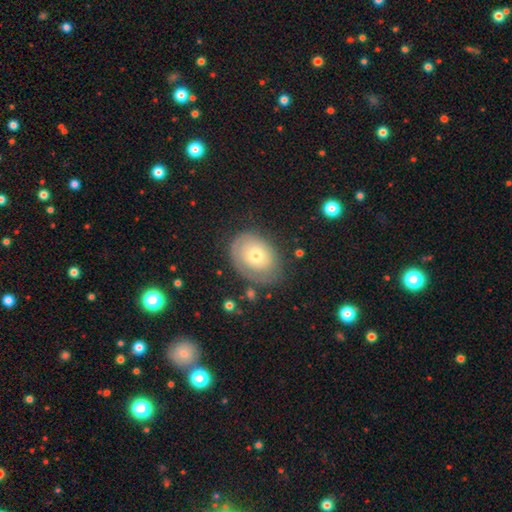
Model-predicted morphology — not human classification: smooth_or_featured: smooth (p=0.51) [alt: featured or disk p=0.41]
how_rounded: in between (p=0.67) [alt: round p=0.32]
merging: none (p=0.68) [alt: minor disturbance p=0.21]